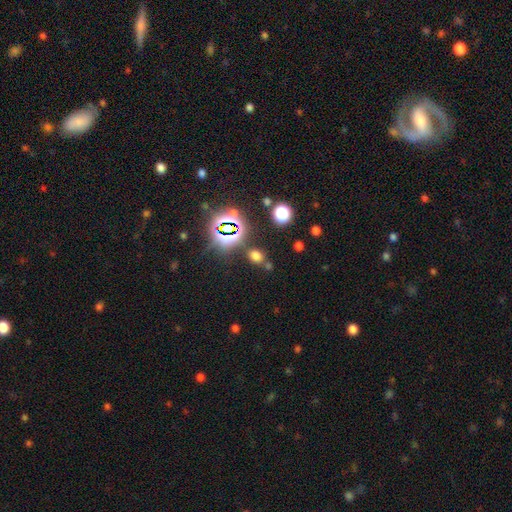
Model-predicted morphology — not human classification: A smooth galaxy with no disk features (58%) that is round (59%). Merging: none (75%).